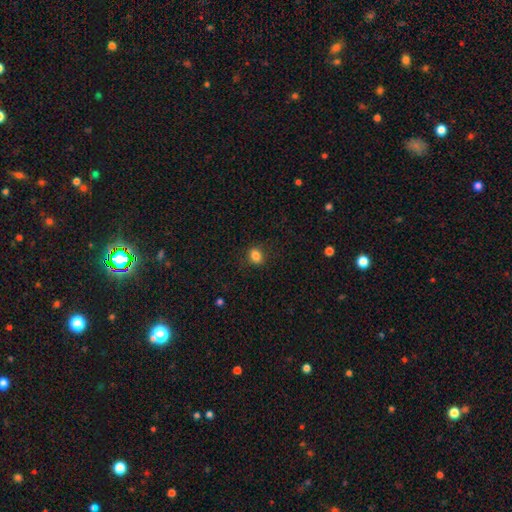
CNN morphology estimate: Smooth or featured: smooth — 84% (star or artifact — 11%)
How rounded: in between — 50% (round — 49%)
Merging: none — 85% (minor disturbance — 11%)